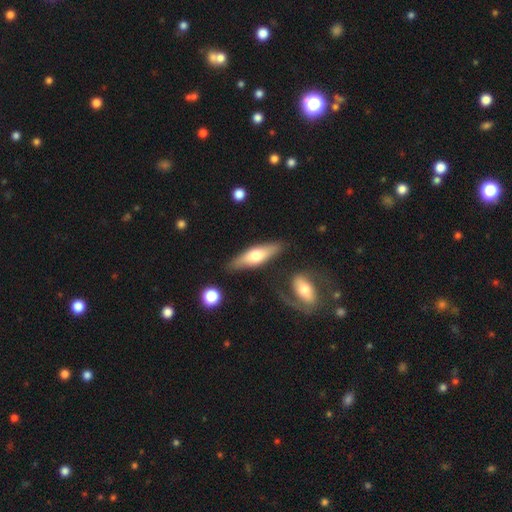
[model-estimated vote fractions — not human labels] This is possibly a smooth galaxy (53%). How rounded: possibly cigar-shaped (55%). Merging: likely none (78%).